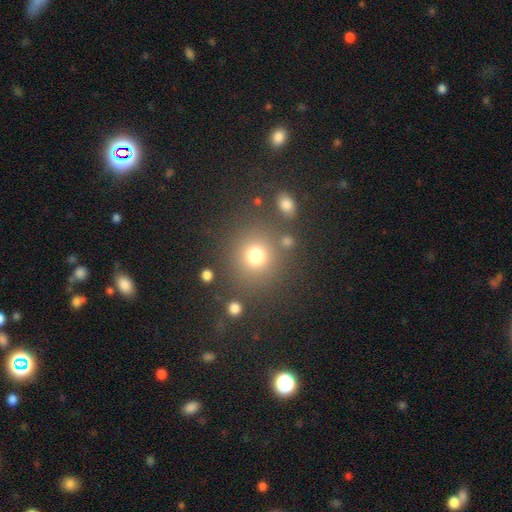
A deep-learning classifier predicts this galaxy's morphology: type=smooth (75%); roundness=round (89%); merging=none (79%).